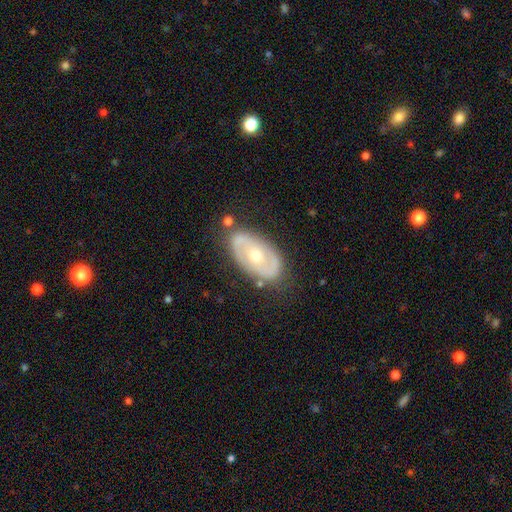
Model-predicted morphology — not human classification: featured or disk 69%, smooth 25%, star or artifact 6%. Down the decision tree: edge-on disk — no (92%); bar — no (69%); spiral arms — no (55%); bulge size — moderate (63%); merging — none (75%).